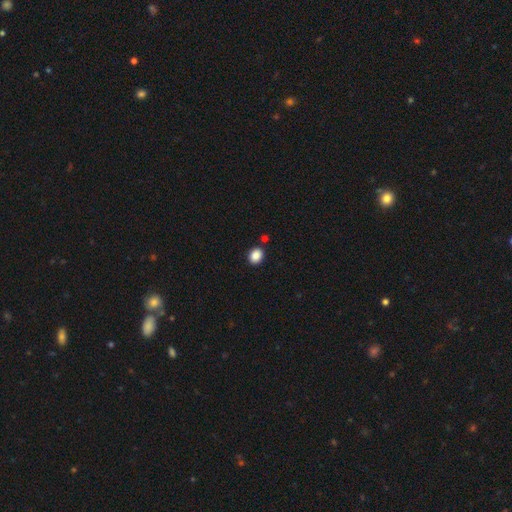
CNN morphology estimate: Smooth or featured? smooth (88%)
How rounded? in between (52%)
Merging? none (85%)